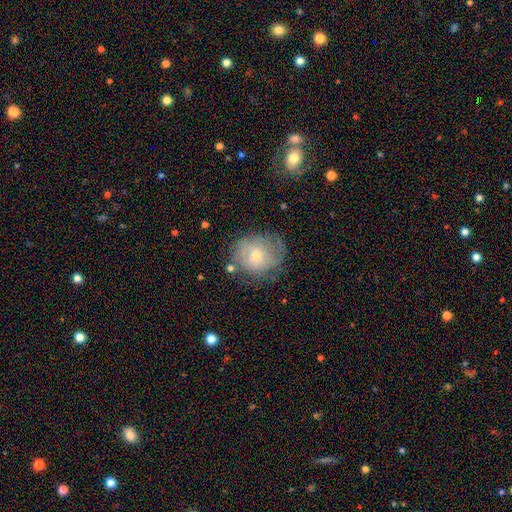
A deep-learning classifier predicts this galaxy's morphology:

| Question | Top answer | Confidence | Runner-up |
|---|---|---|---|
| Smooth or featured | smooth | 46% | featured or disk (45%) |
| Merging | none | 62% | minor disturbance (23%) |